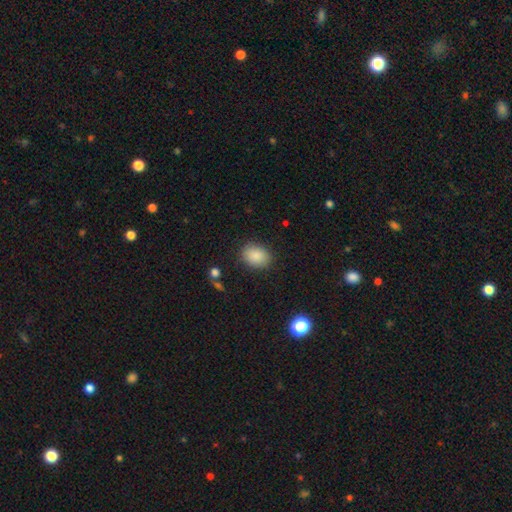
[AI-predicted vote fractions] smooth-or-featured: smooth: 87% | star or artifact: 8% | featured or disk: 5%
  how-rounded: in between: 71% | round: 28% | cigar-shaped: 1%
  merging: none: 85% | minor disturbance: 10% | major disturbance: 3% | merger: 1%